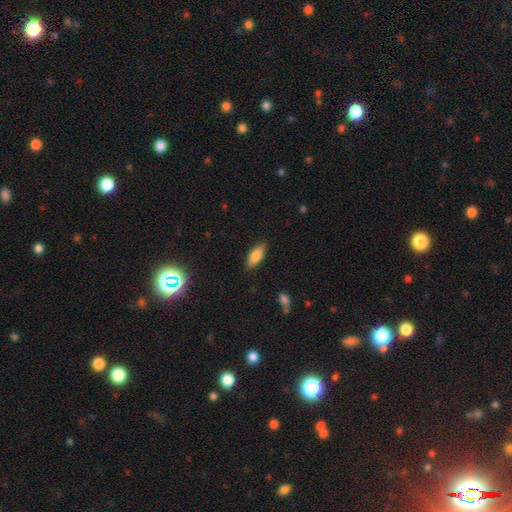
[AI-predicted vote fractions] Q: Smooth or featured?
A: smooth (79%); runner-up: featured or disk (13%)
Q: How rounded?
A: in between (78%); runner-up: cigar-shaped (20%)
Q: Merging?
A: none (86%); runner-up: minor disturbance (10%)